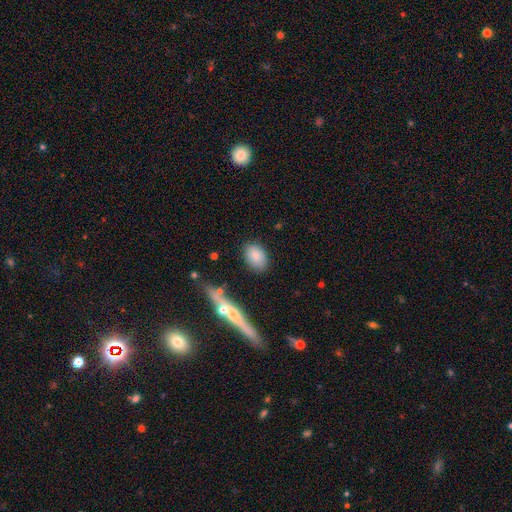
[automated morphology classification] Smooth or featured? Predicted: smooth (p=0.82). How rounded? Predicted: in between (p=0.77). Merging? Predicted: none (p=0.84).